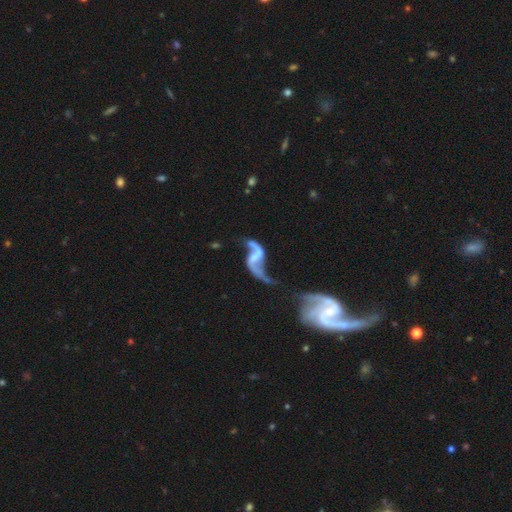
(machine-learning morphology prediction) Smooth or featured? Predicted: featured or disk (p=0.87). Edge-on disk? Predicted: no (p=0.97). Bar? Predicted: weak (p=0.44). Spiral arms? Predicted: yes (p=0.92). Spiral winding? Predicted: loose (p=0.89). Spiral arm count? Predicted: 2 (p=0.91). Bulge size? Predicted: none (p=0.45). Merging? Predicted: none (p=0.39).